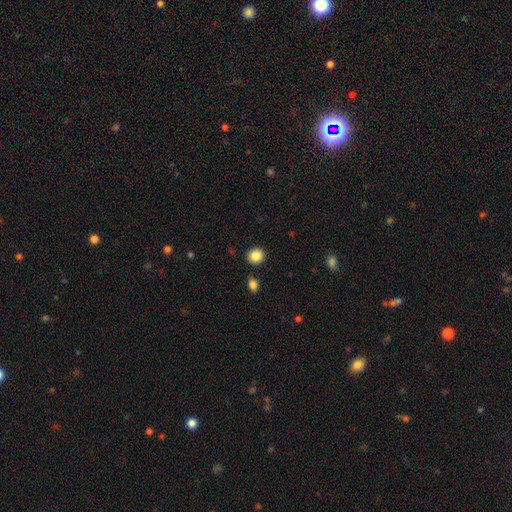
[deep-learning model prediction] A smooth galaxy with no disk features (87%) that is round (86%).

Vote fractions:
- Smooth or featured? smooth: 87% / star or artifact: 9% / featured or disk: 4%
- How rounded? round: 86% / in between: 13% / cigar-shaped: 1%
- Merging? none: 90% / minor disturbance: 6% / merger: 3% / major disturbance: 2%